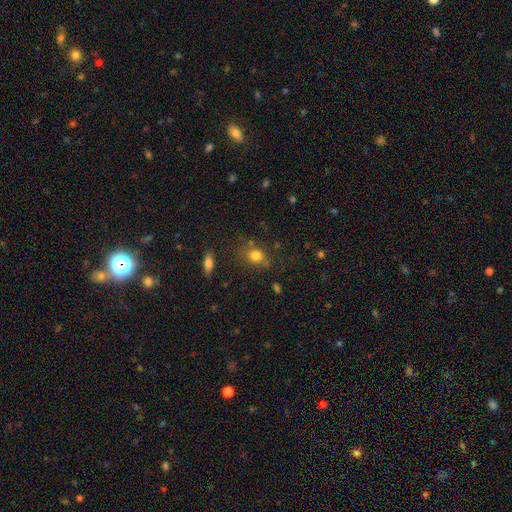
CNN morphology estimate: Q: Smooth or featured?
A: smooth (79%); runner-up: star or artifact (12%)
Q: How rounded?
A: round (54%); runner-up: in between (44%)
Q: Merging?
A: none (70%); runner-up: minor disturbance (18%)